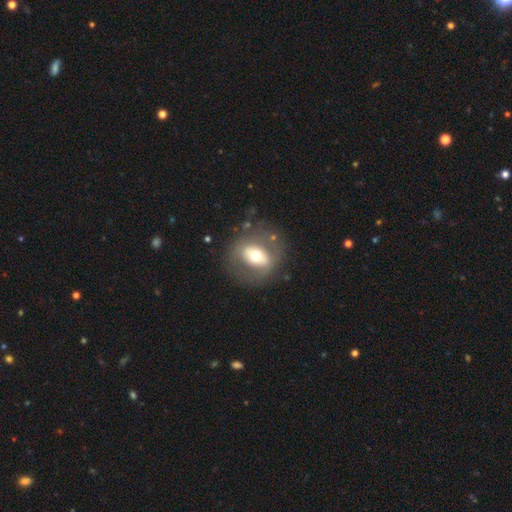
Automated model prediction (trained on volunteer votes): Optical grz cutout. It shows a featured or disk galaxy (48%). Merging: none (73%).